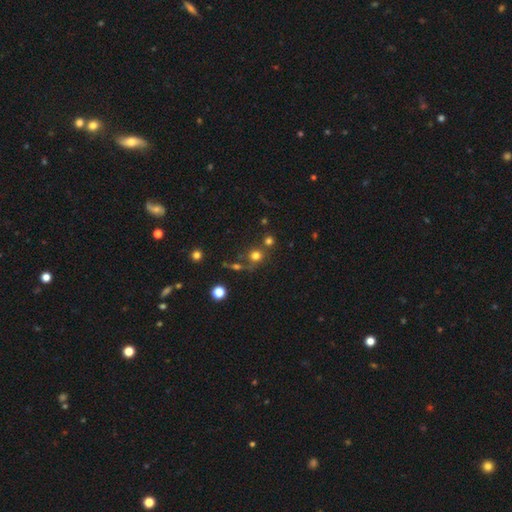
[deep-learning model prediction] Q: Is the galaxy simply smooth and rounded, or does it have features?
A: smooth — 70%.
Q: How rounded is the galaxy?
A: round — 90%.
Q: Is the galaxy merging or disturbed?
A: none — 66%.